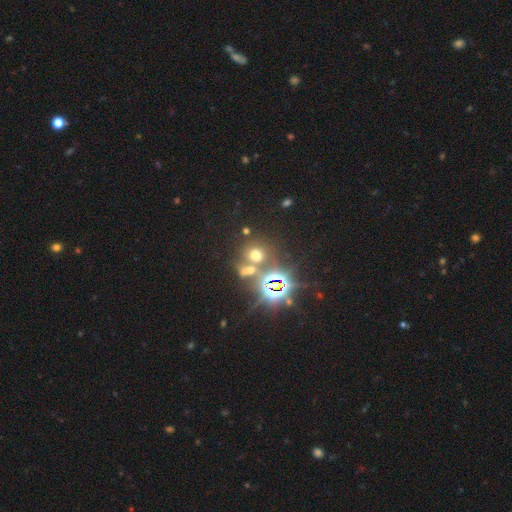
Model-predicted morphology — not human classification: This is possibly a star or artifact rather than a galaxy (46%).